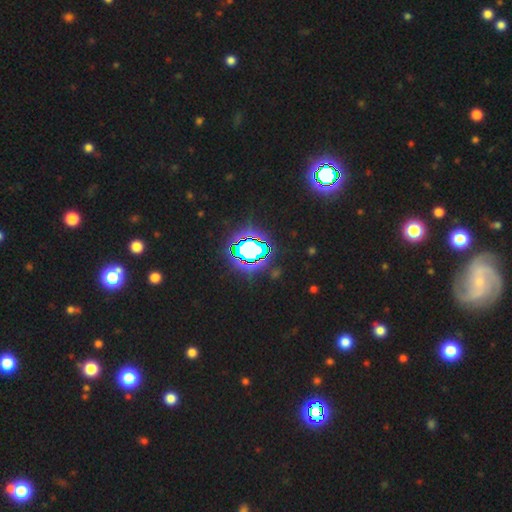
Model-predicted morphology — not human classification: star or artifact 81%, smooth 12%, featured or disk 7%.